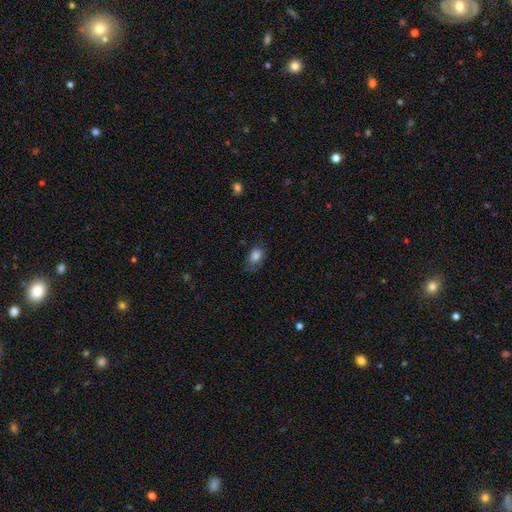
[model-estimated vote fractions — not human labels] A smooth galaxy with no disk features (81%) that is in between round and cigar-shaped (79%). Merging: none (57%).